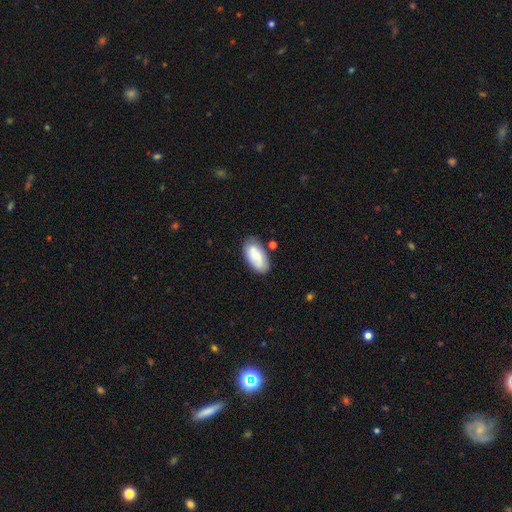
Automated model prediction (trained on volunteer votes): A smooth galaxy with no disk features (71%) that is in between round and cigar-shaped (93%). Merging: none (73%).